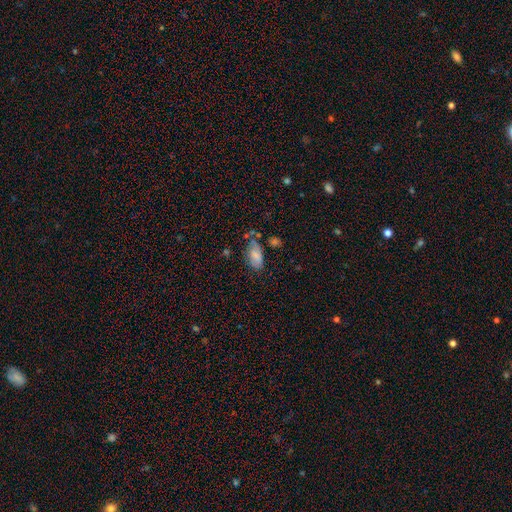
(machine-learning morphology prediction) Smooth or featured? smooth (74%)
How rounded? in between (93%)
Merging? none (54%)